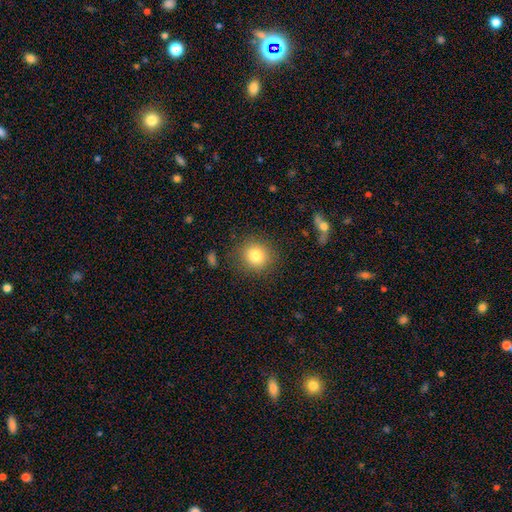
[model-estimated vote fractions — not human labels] Overall: smooth (80%). How rounded: round (87%). Merging: none (87%).